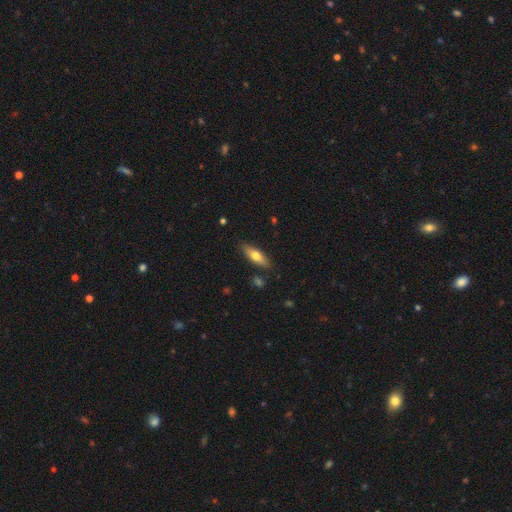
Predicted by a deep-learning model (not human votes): Smooth or featured?
  - smooth: 62% *
  - featured or disk: 32%
  - star or artifact: 6%
How rounded?
  - cigar-shaped: 50% *
  - in between: 48%
  - round: 3%
Merging?
  - none: 85% *
  - minor disturbance: 10%
  - merger: 2%
  - major disturbance: 2%